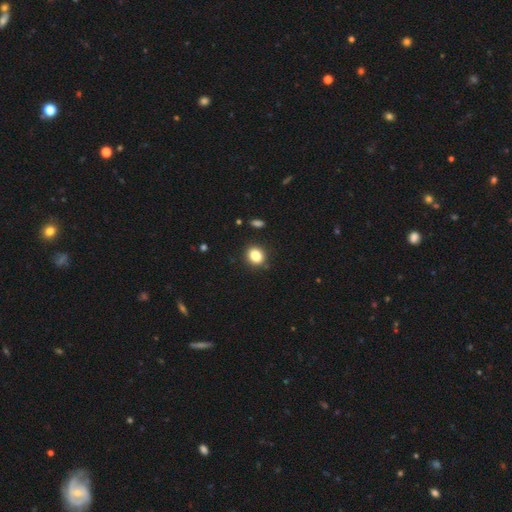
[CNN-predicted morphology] This appears to be a smooth galaxy with no disk features (84%) that is round (64%). Merging: none (87%).